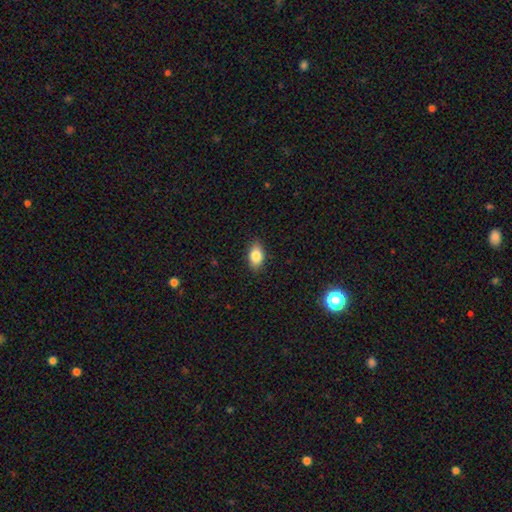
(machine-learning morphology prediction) Q: Smooth or featured?
A: smooth (83%); runner-up: featured or disk (8%)
Q: How rounded?
A: in between (88%); runner-up: round (10%)
Q: Merging?
A: none (87%); runner-up: minor disturbance (10%)